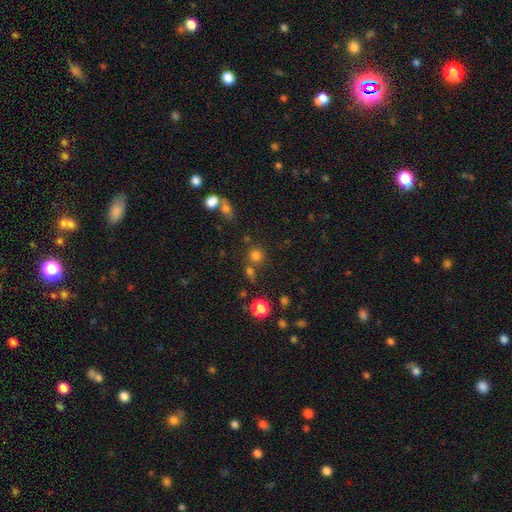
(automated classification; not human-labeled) Q: Smooth or featured?
A: smooth (74%); runner-up: star or artifact (19%)
Q: How rounded?
A: round (89%); runner-up: in between (10%)
Q: Merging?
A: none (68%); runner-up: merger (19%)